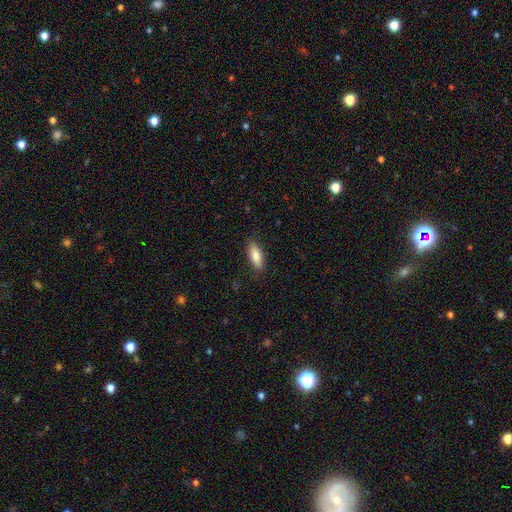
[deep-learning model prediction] Q: Smooth or featured?
A: smooth (84%); runner-up: featured or disk (10%)
Q: How rounded?
A: in between (71%); runner-up: cigar-shaped (27%)
Q: Merging?
A: none (86%); runner-up: minor disturbance (11%)